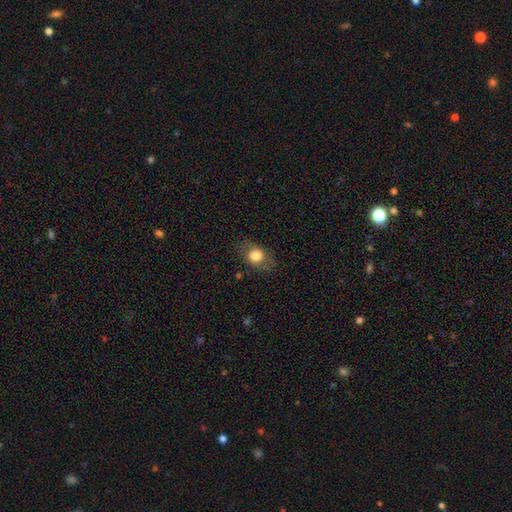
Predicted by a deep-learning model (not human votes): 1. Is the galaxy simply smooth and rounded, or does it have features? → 73% smooth, 19% featured or disk, 8% star or artifact.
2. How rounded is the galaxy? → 62% in between, 36% round, 2% cigar-shaped.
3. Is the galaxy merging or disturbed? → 79% none, 14% minor disturbance, 6% major disturbance, 1% merger.